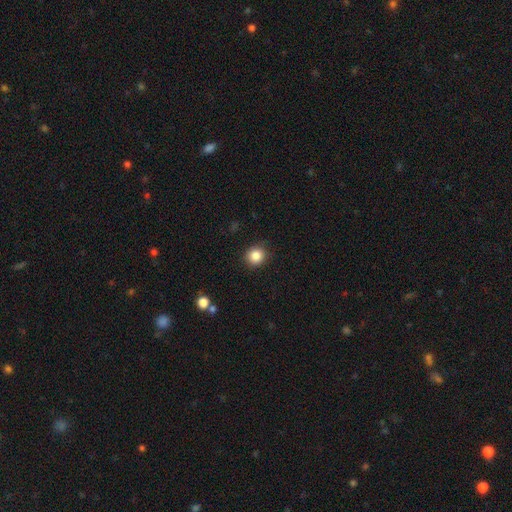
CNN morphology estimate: smooth_or_featured: smooth (p=0.85) [alt: star or artifact p=0.10]
how_rounded: round (p=0.88) [alt: in between p=0.11]
merging: none (p=0.89) [alt: minor disturbance p=0.08]